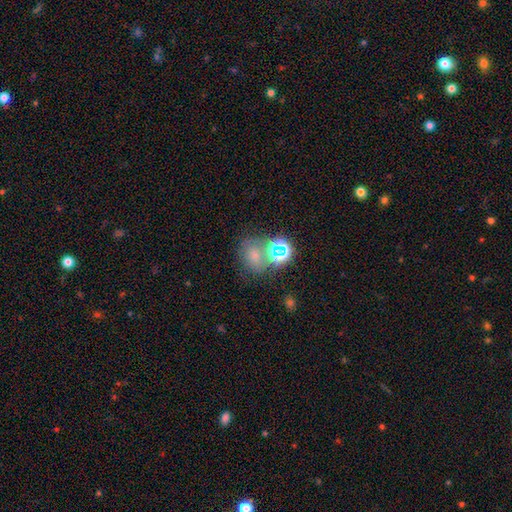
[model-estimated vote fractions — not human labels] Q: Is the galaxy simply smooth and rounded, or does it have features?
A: smooth — 56%.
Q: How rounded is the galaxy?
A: round — 61%.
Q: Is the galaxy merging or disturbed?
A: none — 50%.